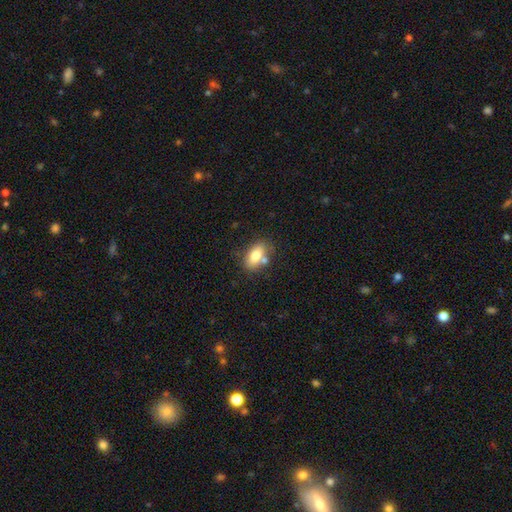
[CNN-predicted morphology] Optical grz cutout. It shows a smooth galaxy with no disk features (77%) that is in between round and cigar-shaped (87%). Merging: none (65%).